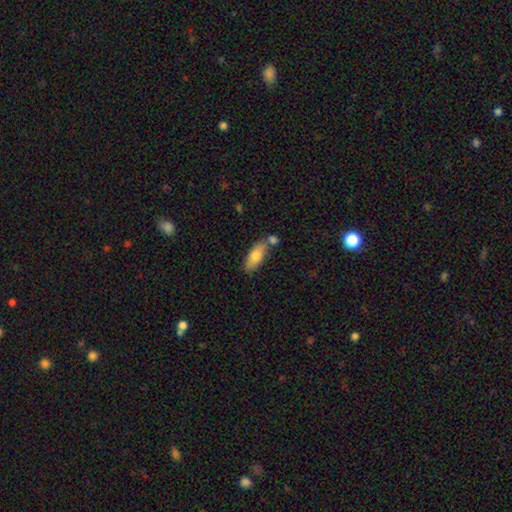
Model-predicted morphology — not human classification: smooth-or-featured: smooth: 77% | featured or disk: 17% | star or artifact: 6%
  how-rounded: in between: 75% | cigar-shaped: 23% | round: 2%
  merging: none: 58% | merger: 22% | minor disturbance: 16% | major disturbance: 4%